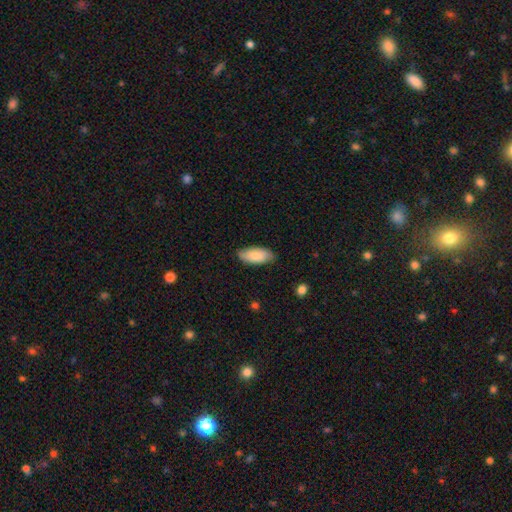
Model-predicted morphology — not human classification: This appears to be a smooth galaxy with no disk features (80%) that is in between round and cigar-shaped (90%). Merging: none (80%).